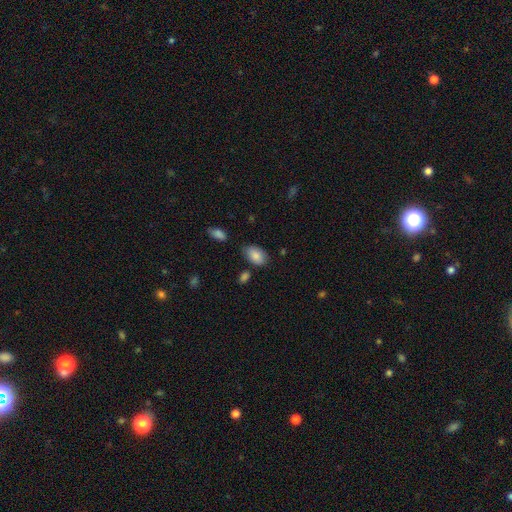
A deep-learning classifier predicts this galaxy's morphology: A smooth galaxy with no disk features (86%) that is in between round and cigar-shaped (92%).

Vote fractions:
- Smooth or featured? smooth: 86% / star or artifact: 7% / featured or disk: 7%
- How rounded? in between: 92% / round: 6% / cigar-shaped: 1%
- Merging? none: 71% / minor disturbance: 20% / merger: 5% / major disturbance: 4%